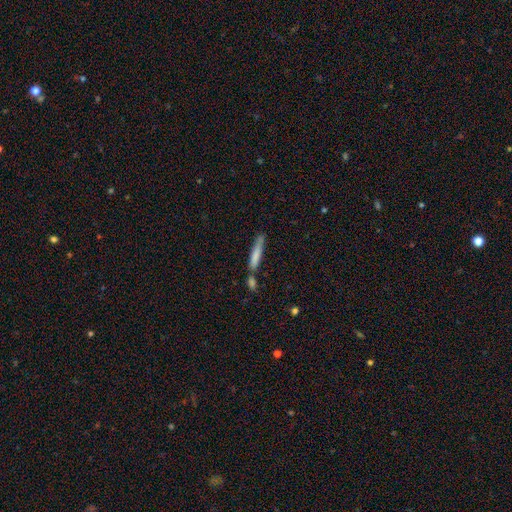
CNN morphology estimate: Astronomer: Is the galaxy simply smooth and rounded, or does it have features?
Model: smooth — 74%.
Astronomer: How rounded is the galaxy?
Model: cigar-shaped — 91%.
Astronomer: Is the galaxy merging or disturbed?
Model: none — 55%.